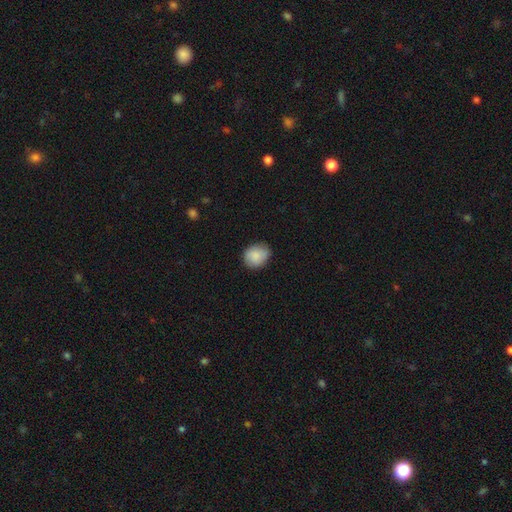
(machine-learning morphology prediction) smooth-or-featured: smooth: 87% | star or artifact: 7% | featured or disk: 7%
  how-rounded: round: 56% | in between: 43% | cigar-shaped: 1%
  merging: none: 75% | minor disturbance: 21% | major disturbance: 3% | merger: 1%